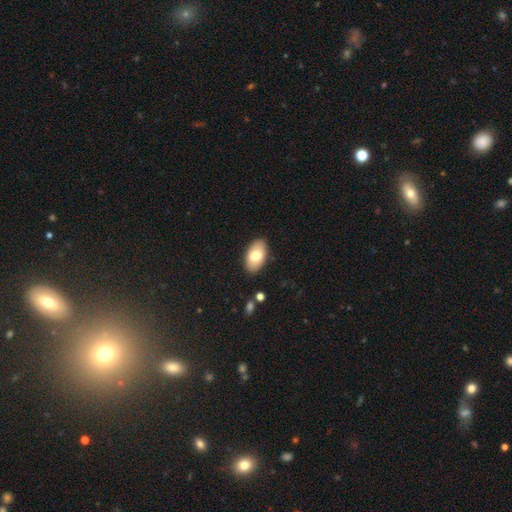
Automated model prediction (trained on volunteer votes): A smooth galaxy with no disk features (76%) that is in between round and cigar-shaped (94%). Merging: none (87%).